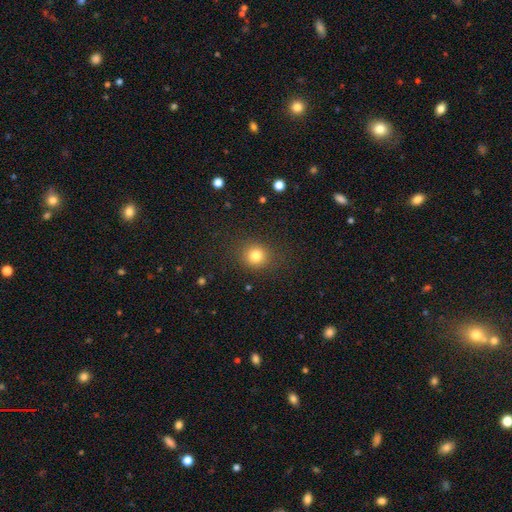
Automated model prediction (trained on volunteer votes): Smooth or featured: smooth — 81% (star or artifact — 13%)
How rounded: round — 86% (in between — 13%)
Merging: none — 86% (minor disturbance — 9%)